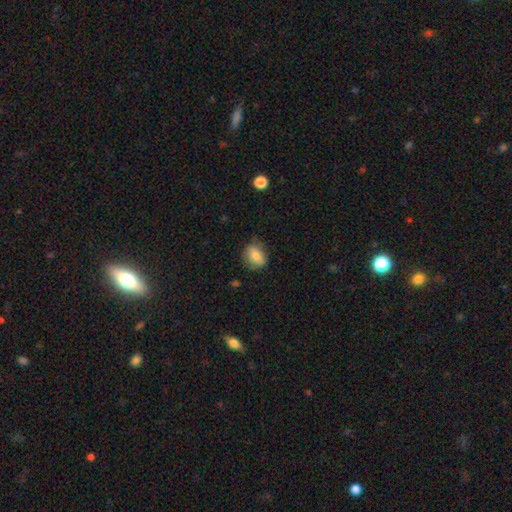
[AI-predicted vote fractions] Q: Smooth or featured?
A: smooth (79%); runner-up: featured or disk (13%)
Q: How rounded?
A: in between (56%); runner-up: round (43%)
Q: Merging?
A: none (73%); runner-up: minor disturbance (21%)